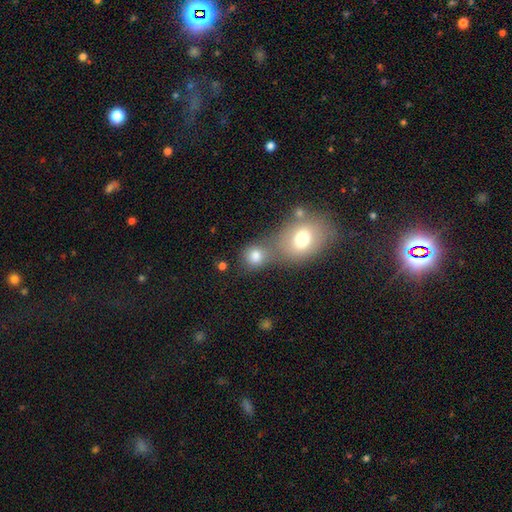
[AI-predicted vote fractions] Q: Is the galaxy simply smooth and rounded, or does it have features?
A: smooth — 80%.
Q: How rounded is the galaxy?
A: round — 73%.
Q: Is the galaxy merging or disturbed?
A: merger — 45%.